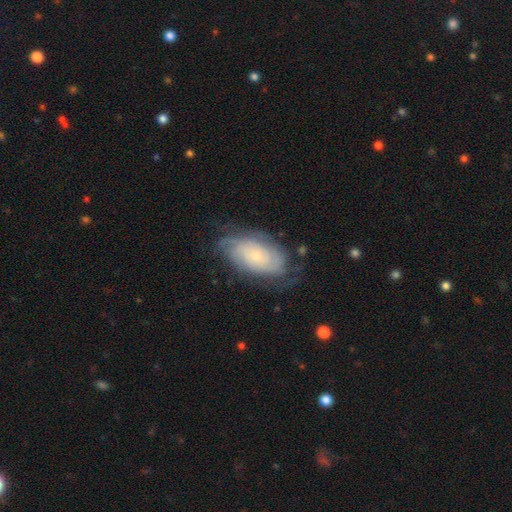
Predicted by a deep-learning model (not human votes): Smooth or featured: featured or disk — 67% (smooth — 26%)
Edge-on disk: no — 94% (yes — 6%)
Bar: no — 79% (weak — 18%)
Spiral arms: yes — 87% (no — 13%)
Spiral winding: tight — 65% (medium — 26%)
Spiral arm count: can't tell — 54% (2 — 21%)
Bulge size: small — 68% (moderate — 21%)
Merging: none — 65% (minor disturbance — 23%)